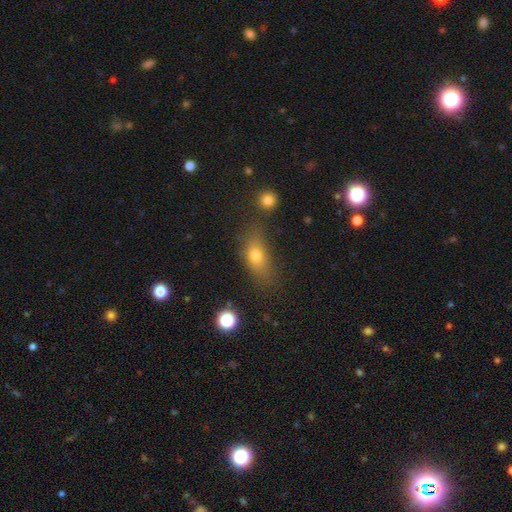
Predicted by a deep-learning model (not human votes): A smooth galaxy with no disk features (70%) that is in between round and cigar-shaped (72%). Merging: none (68%).